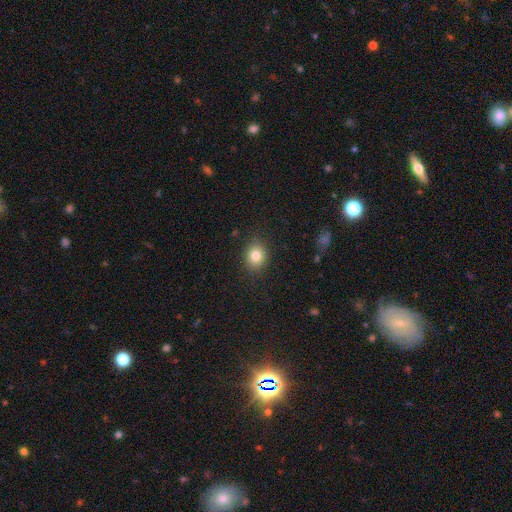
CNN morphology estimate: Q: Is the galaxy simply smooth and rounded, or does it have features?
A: smooth — 82%.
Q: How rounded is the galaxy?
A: round — 62%.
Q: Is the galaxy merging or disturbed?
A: none — 87%.